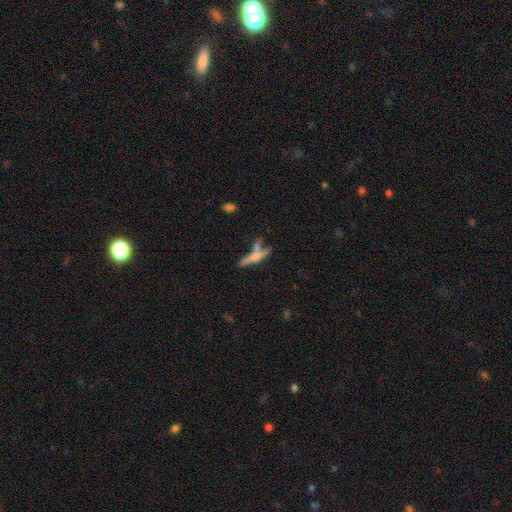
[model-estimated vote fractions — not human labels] A featured or disk galaxy (47%). Merging: none (50%).